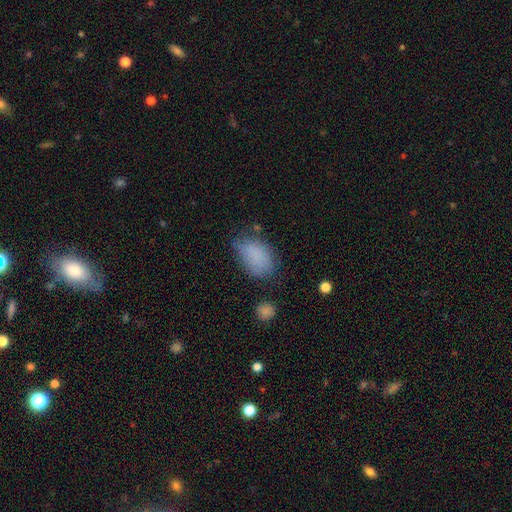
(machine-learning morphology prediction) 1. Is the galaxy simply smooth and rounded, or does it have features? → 82% smooth, 10% star or artifact, 8% featured or disk.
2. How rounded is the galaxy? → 86% in between, 13% round, 2% cigar-shaped.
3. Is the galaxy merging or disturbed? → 53% none, 32% minor disturbance, 11% major disturbance, 4% merger.